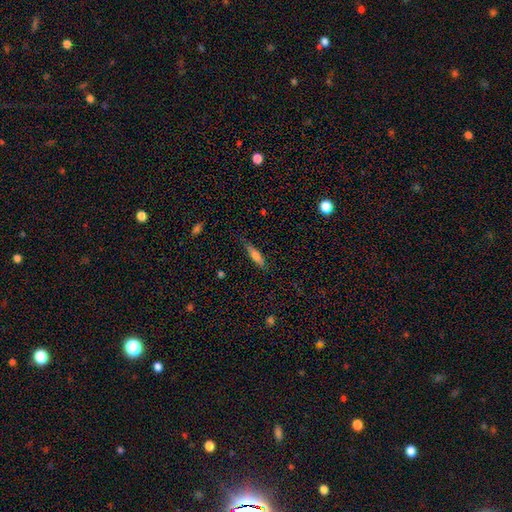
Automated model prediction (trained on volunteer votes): Smooth or featured? smooth (65%)
How rounded? cigar-shaped (74%)
Merging? none (79%)